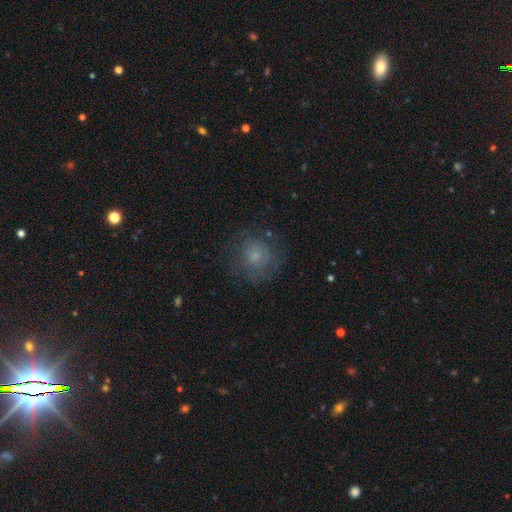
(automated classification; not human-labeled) This appears to be a smooth galaxy with no disk features (57%) that is round (87%). Merging: none (72%).